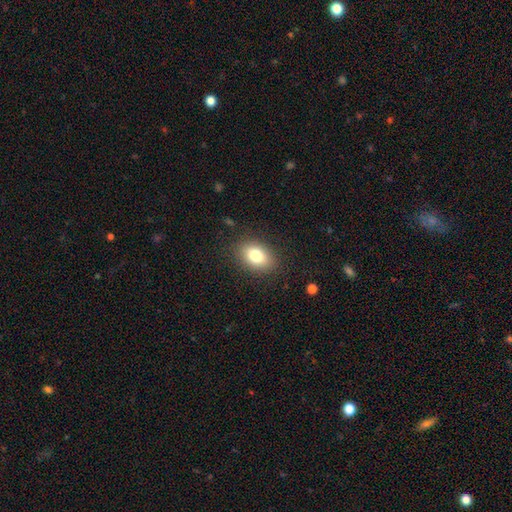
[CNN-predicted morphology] This appears to be a smooth galaxy with no disk features (80%) that is in between round and cigar-shaped (82%). Merging: none (86%).